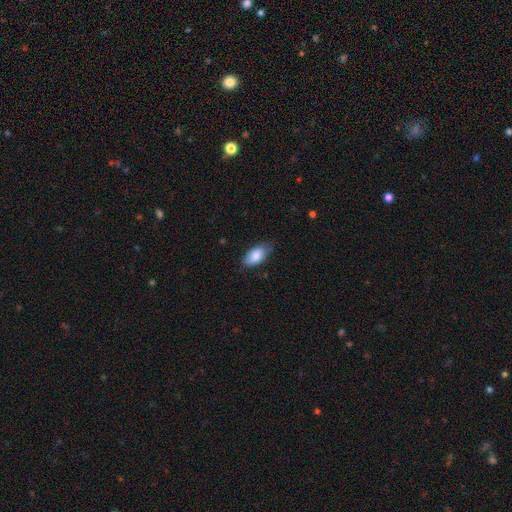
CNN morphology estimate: Smooth or featured? Predicted: smooth (p=0.84). How rounded? Predicted: in between (p=0.93). Merging? Predicted: none (p=0.69).